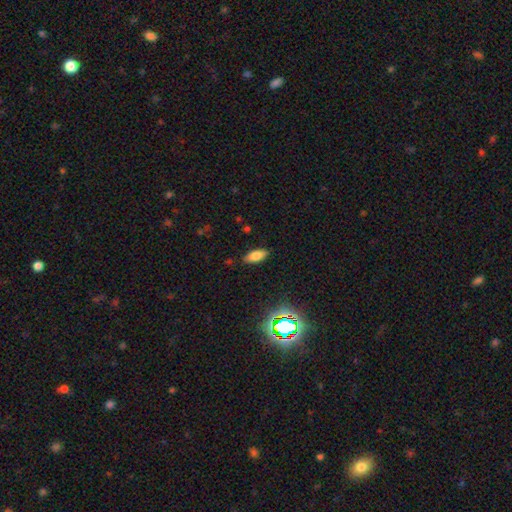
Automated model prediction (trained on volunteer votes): Morphology: type=smooth (78%); roundness=in between (84%); merging=none (86%).